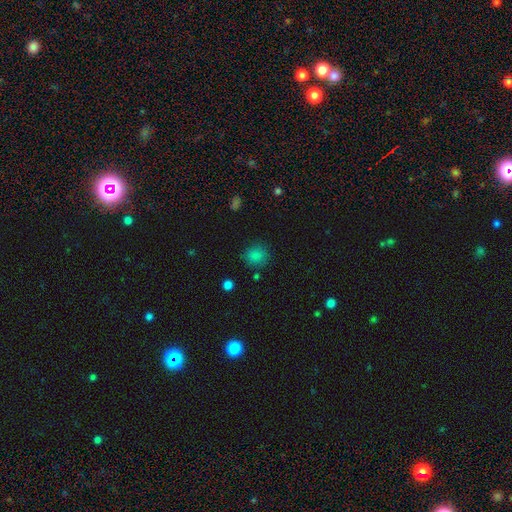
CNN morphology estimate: Smooth or featured? smooth (82%)
How rounded? round (84%)
Merging? none (82%)